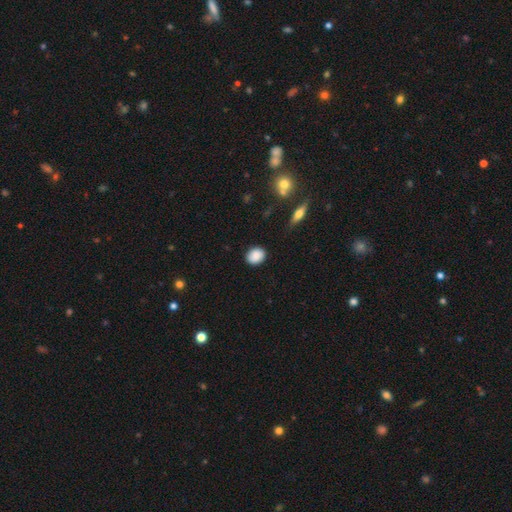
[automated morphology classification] smooth-or-featured: smooth: 87% | star or artifact: 8% | featured or disk: 5%
  how-rounded: round: 57% | in between: 41% | cigar-shaped: 1%
  merging: none: 87% | minor disturbance: 10% | major disturbance: 2% | merger: 1%